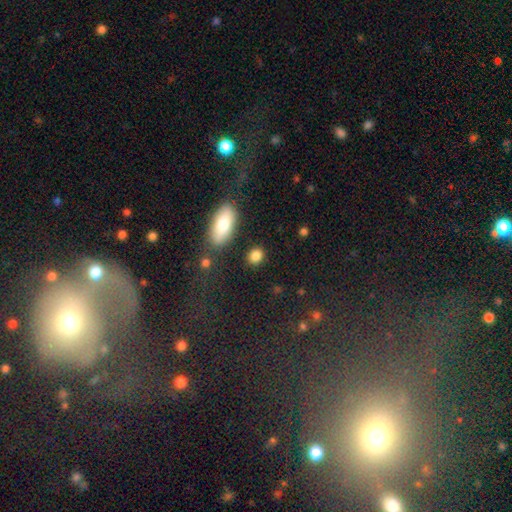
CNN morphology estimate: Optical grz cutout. It shows a smooth galaxy with no disk features (86%) that is round (52%). Merging: none (83%).